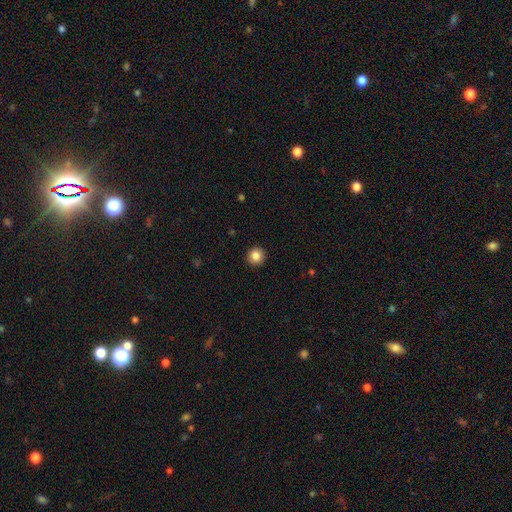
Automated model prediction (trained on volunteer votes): Overall: smooth (86%). How rounded: round (94%). Merging: none (93%).